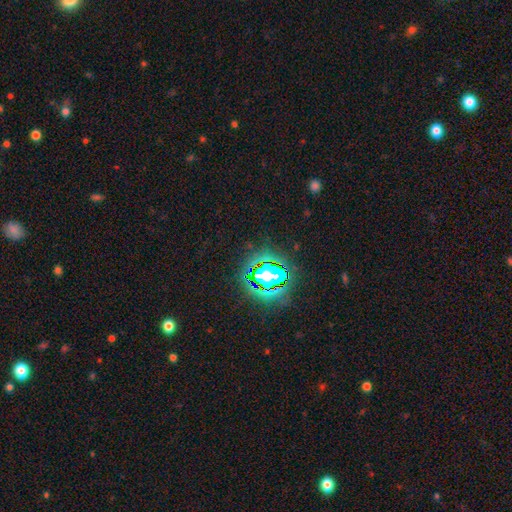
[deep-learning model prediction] Smooth or featured: star or artifact — 80% (smooth — 12%)